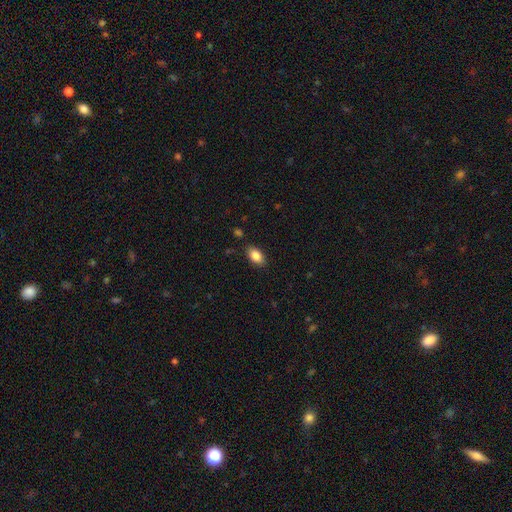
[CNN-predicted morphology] This appears to be a smooth galaxy with no disk features (86%) that is in between round and cigar-shaped (91%). Merging: none (85%).